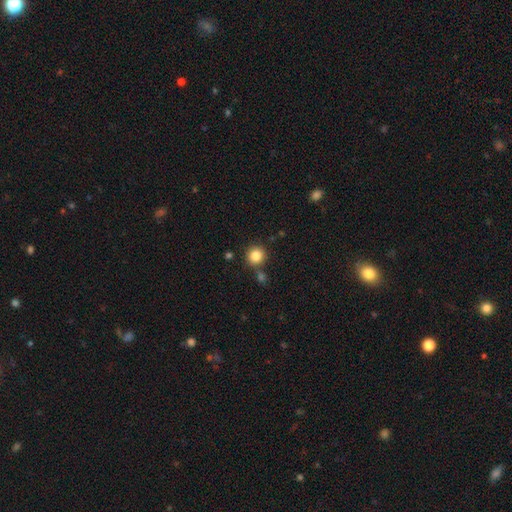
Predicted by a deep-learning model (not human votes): smooth 84%, star or artifact 11%, featured or disk 5%. Down the decision tree: how rounded — round (92%); merging — none (80%).